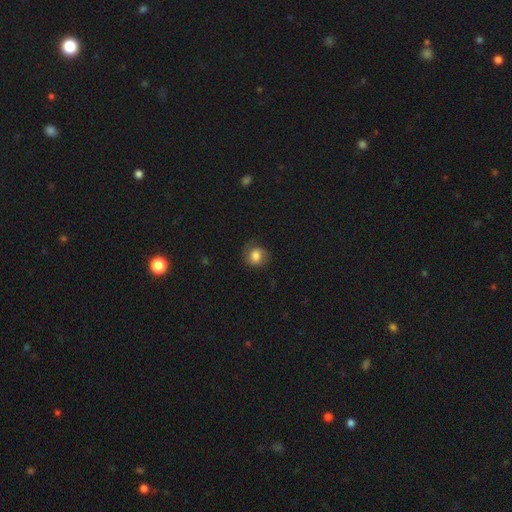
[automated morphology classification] Overall: smooth (66%). How rounded: round (71%). Merging: none (68%).